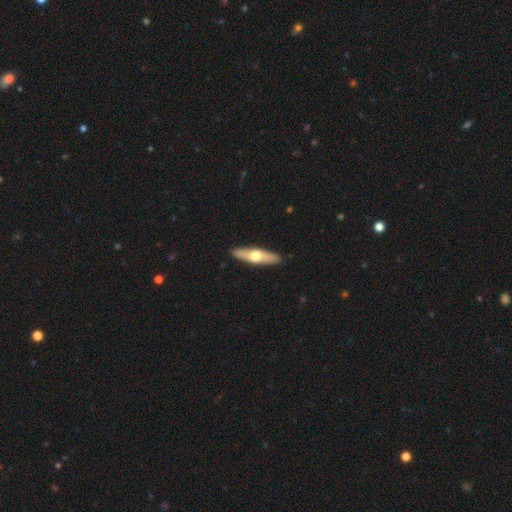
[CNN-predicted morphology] The model was most divided on "smooth or featured": featured or disk: 50%, smooth: 45%, star or artifact: 5%. More confident: merging — none (91%); edge-on disk — yes (87%).